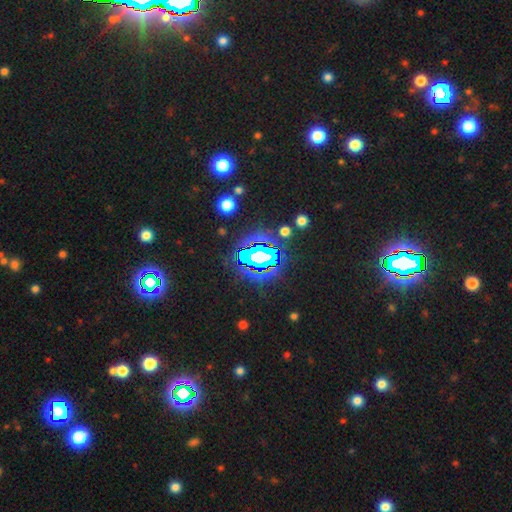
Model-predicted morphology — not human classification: Smooth or featured?
  - star or artifact: 82% *
  - smooth: 11%
  - featured or disk: 7%